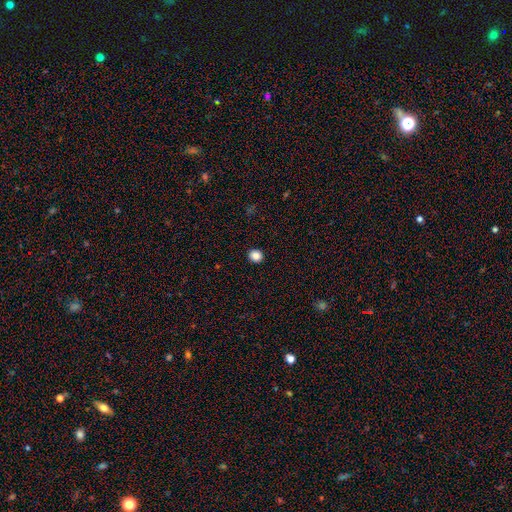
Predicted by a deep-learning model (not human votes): Overall: smooth (86%). How rounded: round (87%). Merging: none (93%).